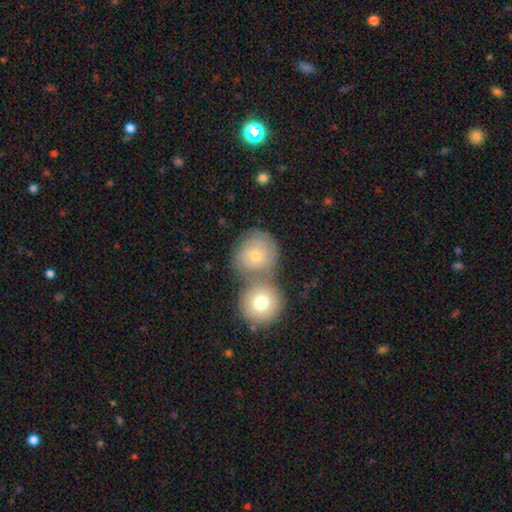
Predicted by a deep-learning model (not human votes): Smooth or featured?
  - smooth: 65% *
  - featured or disk: 27%
  - star or artifact: 9%
How rounded?
  - round: 87% *
  - in between: 12%
  - cigar-shaped: 1%
Merging?
  - merger: 46% *
  - none: 40%
  - minor disturbance: 10%
  - major disturbance: 4%